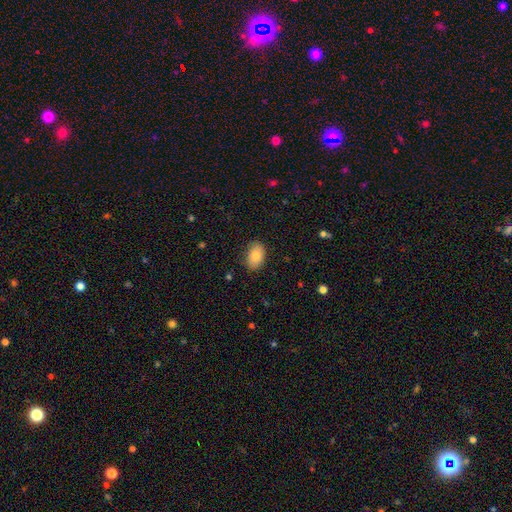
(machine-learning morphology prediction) Overall: smooth (85%). How rounded: in between (88%). Merging: none (83%).